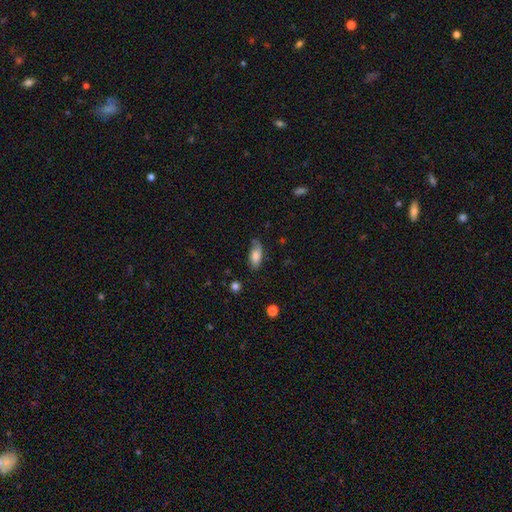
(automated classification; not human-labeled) This is likely a smooth galaxy (77%). How rounded: clearly in between (83%). Merging: likely none (66%).